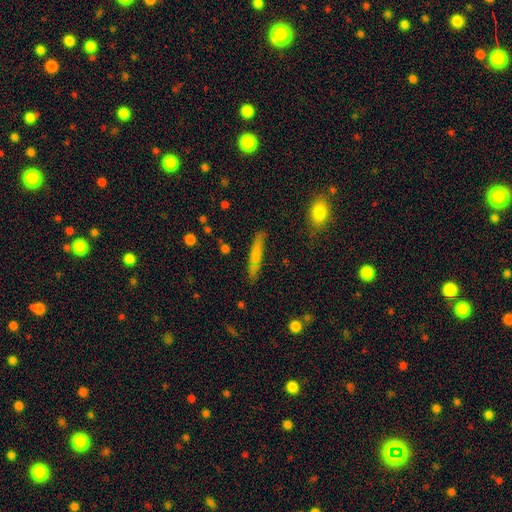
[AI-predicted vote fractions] smooth 68%, featured or disk 24%, star or artifact 8%. Down the decision tree: how rounded — cigar-shaped (89%); merging — none (80%).